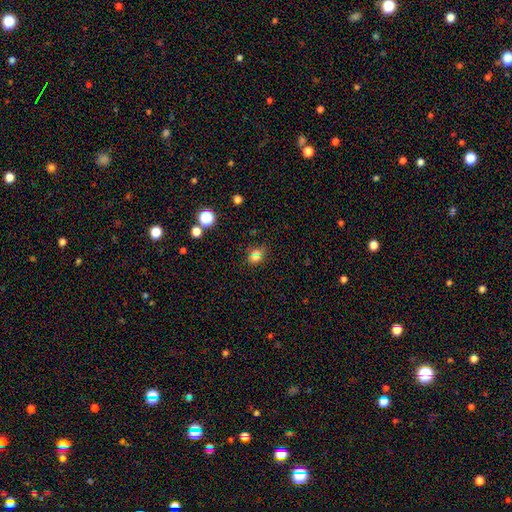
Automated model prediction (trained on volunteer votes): Smooth or featured: smooth — 74% (star or artifact — 18%)
How rounded: round — 65% (in between — 34%)
Merging: none — 63% (merger — 16%)